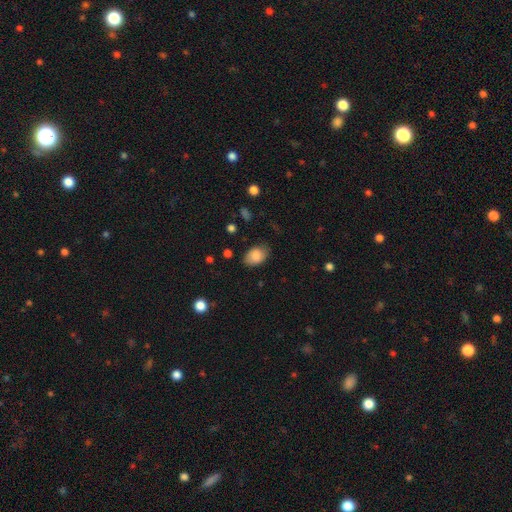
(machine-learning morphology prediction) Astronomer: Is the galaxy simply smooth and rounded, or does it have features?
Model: smooth — 85%.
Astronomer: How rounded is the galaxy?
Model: in between — 83%.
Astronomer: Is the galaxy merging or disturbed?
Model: none — 75%.